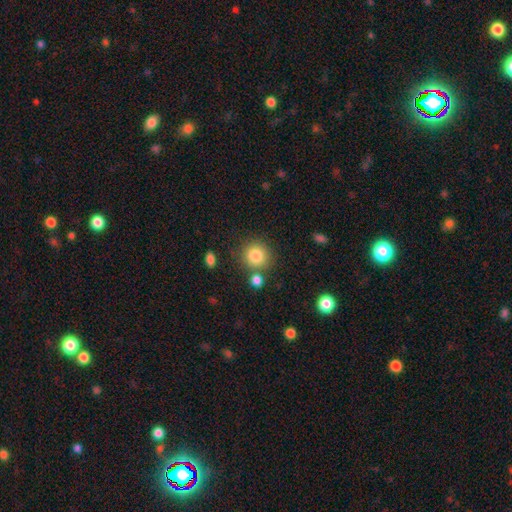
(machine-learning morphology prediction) A smooth galaxy with no disk features (84%) that is round (91%). Merging: none (77%).